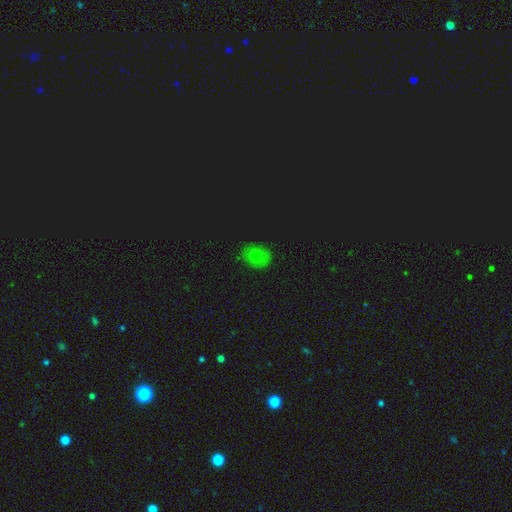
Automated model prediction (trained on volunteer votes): Morphology: type=smooth (58%); roundness=round (64%); merging=none (84%).